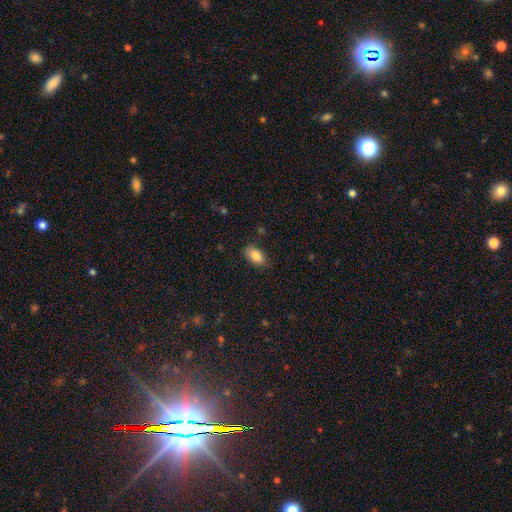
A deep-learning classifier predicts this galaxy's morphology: Smooth or featured?
  - smooth: 85% *
  - star or artifact: 8%
  - featured or disk: 8%
How rounded?
  - in between: 91% *
  - round: 7%
  - cigar-shaped: 2%
Merging?
  - none: 84% *
  - minor disturbance: 12%
  - major disturbance: 3%
  - merger: 1%